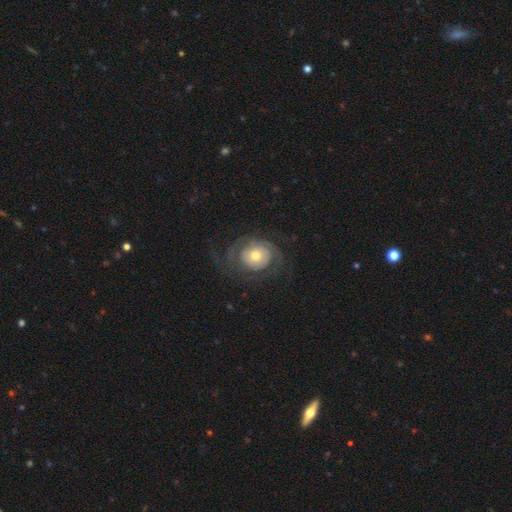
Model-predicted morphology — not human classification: This appears to be a featured or disk galaxy (64%) with no bar (81%), spiral arms (78%) and a moderate central bulge (59%). Merging: none (60%).